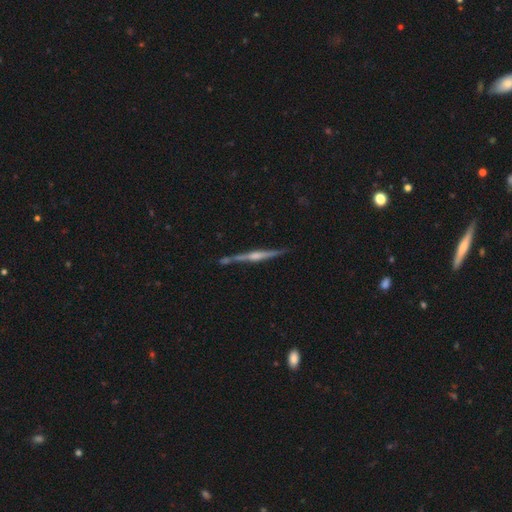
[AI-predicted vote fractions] The model was most divided on "edge-on bulge": rounded: 76%, boxy: 15%, none: 9%. More confident: edge-on disk — yes (98%); smooth or featured — featured or disk (82%); merging — none (81%).